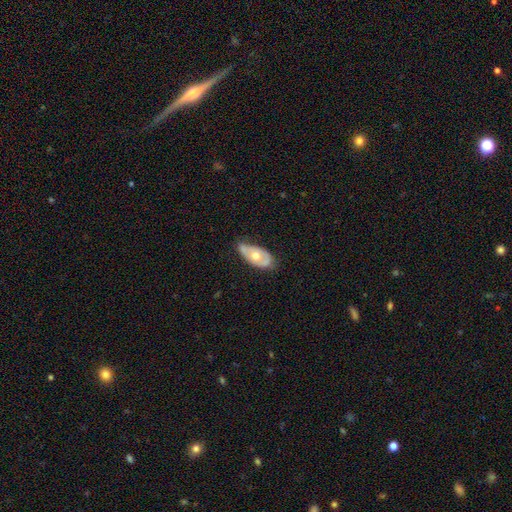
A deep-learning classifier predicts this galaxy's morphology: Q: Smooth or featured?
A: featured or disk (52%); runner-up: smooth (43%)
Q: Edge-on disk?
A: no (84%); runner-up: yes (16%)
Q: Merging?
A: none (57%); runner-up: minor disturbance (33%)